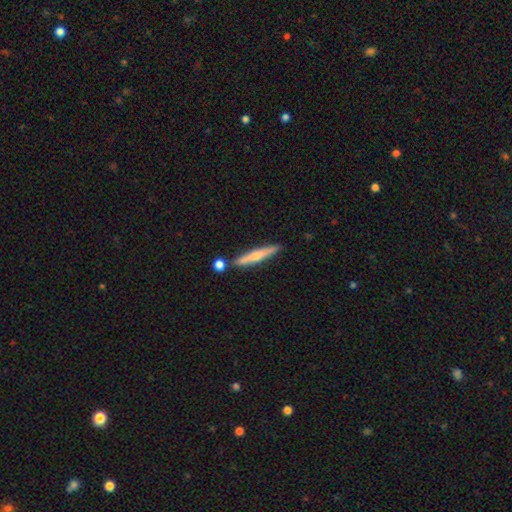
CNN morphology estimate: The model was most divided on "smooth or featured" (2-way tie): featured or disk: 47%, smooth: 47%, star or artifact: 6%. More confident: merging — none (79%).